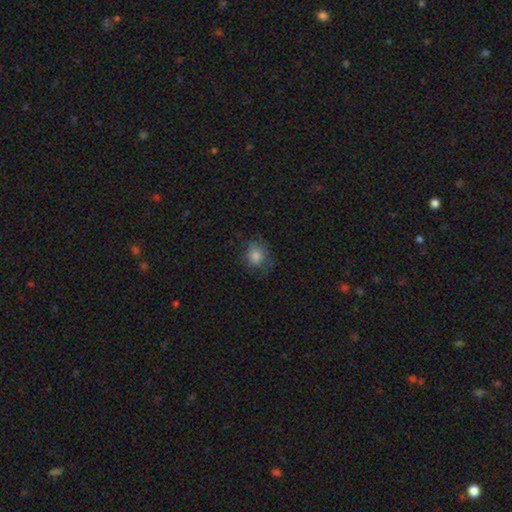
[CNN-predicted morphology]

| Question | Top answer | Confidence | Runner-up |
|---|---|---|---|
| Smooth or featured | smooth | 80% | star or artifact (12%) |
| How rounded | round | 75% | in between (24%) |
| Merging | none | 70% | minor disturbance (20%) |